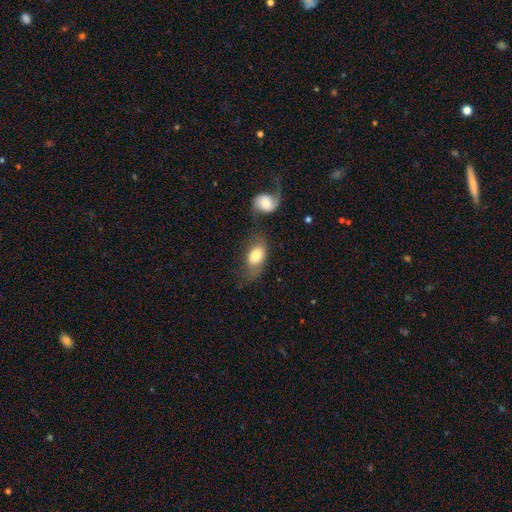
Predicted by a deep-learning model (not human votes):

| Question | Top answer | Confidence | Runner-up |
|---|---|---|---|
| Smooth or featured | smooth | 73% | featured or disk (21%) |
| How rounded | in between | 84% | round (14%) |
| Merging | none | 41% | merger (22%) |